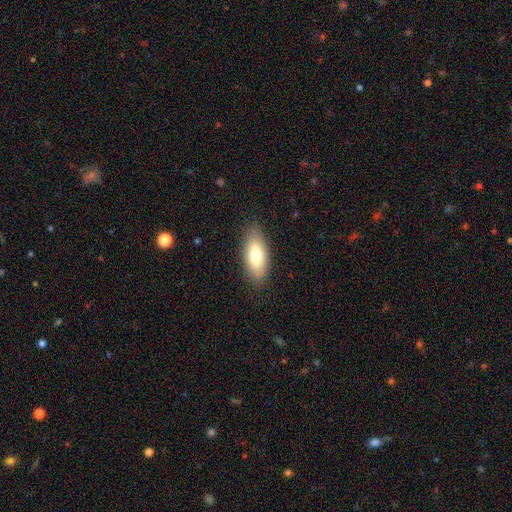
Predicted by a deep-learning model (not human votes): smooth_or_featured: smooth (p=0.73) [alt: featured or disk p=0.20]
how_rounded: in between (p=0.81) [alt: cigar-shaped p=0.16]
merging: none (p=0.86) [alt: minor disturbance p=0.10]